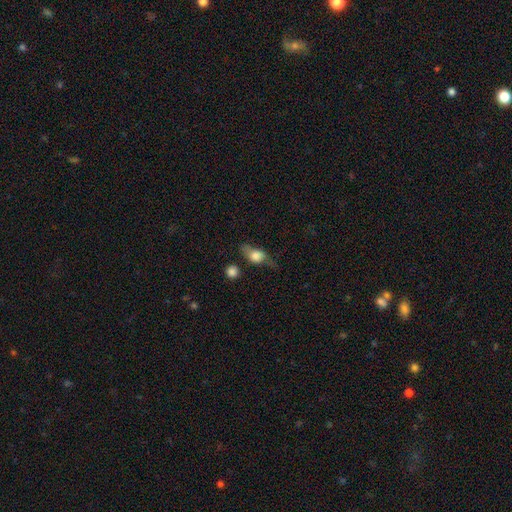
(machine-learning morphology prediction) This appears to be a smooth galaxy with no disk features (60%) that is in between round and cigar-shaped (59%). Merging: none (49%).